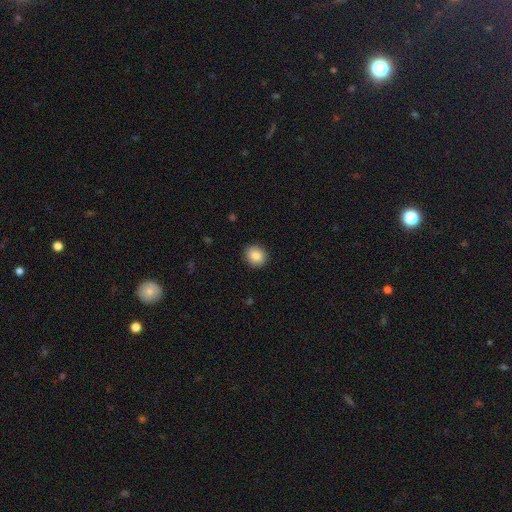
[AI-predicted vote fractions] This is clearly a smooth galaxy (86%). How rounded: likely round (79%). Merging: clearly none (91%).